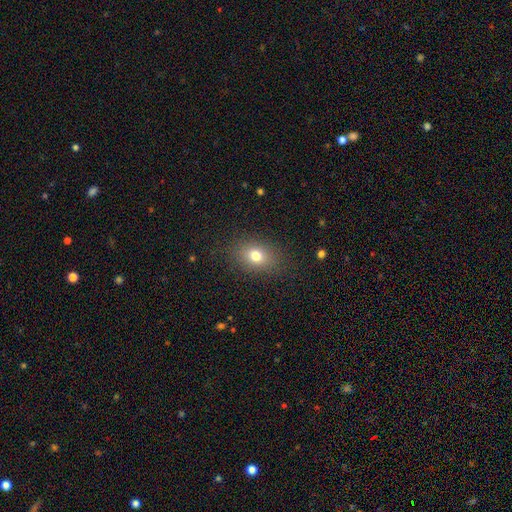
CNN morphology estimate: This is likely a smooth galaxy (76%). How rounded: likely in between (65%). Merging: clearly none (85%).